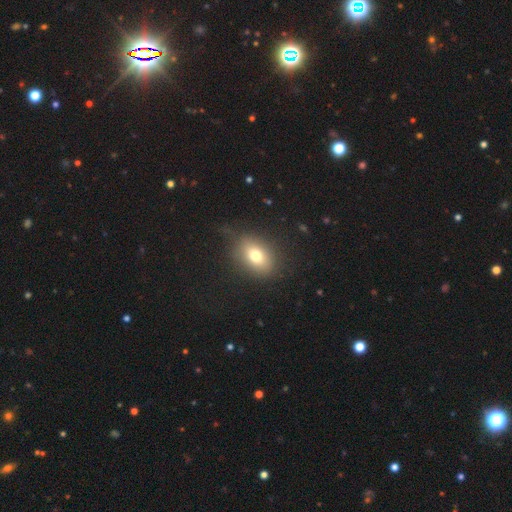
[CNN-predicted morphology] Smooth or featured: smooth — 73% (featured or disk — 15%)
How rounded: in between — 70% (round — 28%)
Merging: none — 77% (minor disturbance — 15%)